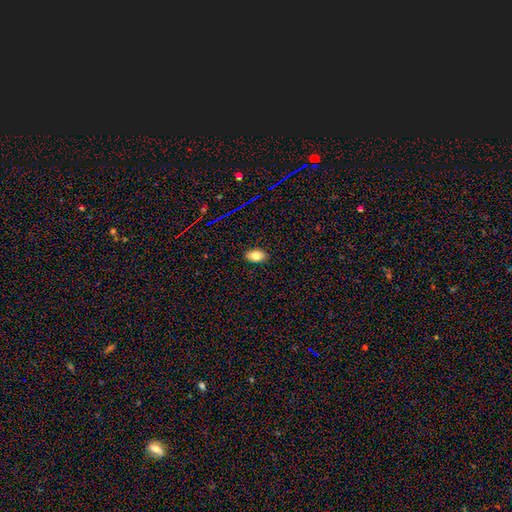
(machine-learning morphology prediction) type=smooth (79%); roundness=in between (91%); merging=none (89%).